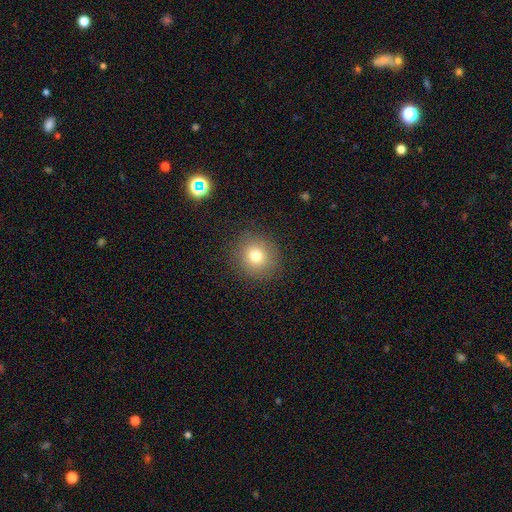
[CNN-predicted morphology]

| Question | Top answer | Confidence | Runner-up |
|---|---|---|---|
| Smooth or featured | smooth | 76% | star or artifact (14%) |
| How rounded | round | 88% | in between (11%) |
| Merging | none | 88% | minor disturbance (8%) |